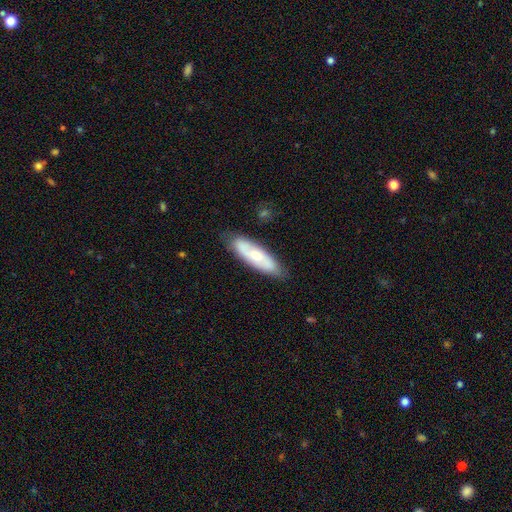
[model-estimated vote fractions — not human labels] A featured or disk galaxy (48%).

Vote fractions:
- Smooth or featured? featured or disk: 48% / smooth: 46% / star or artifact: 6%
- Merging? none: 81% / minor disturbance: 14% / major disturbance: 3% / merger: 2%